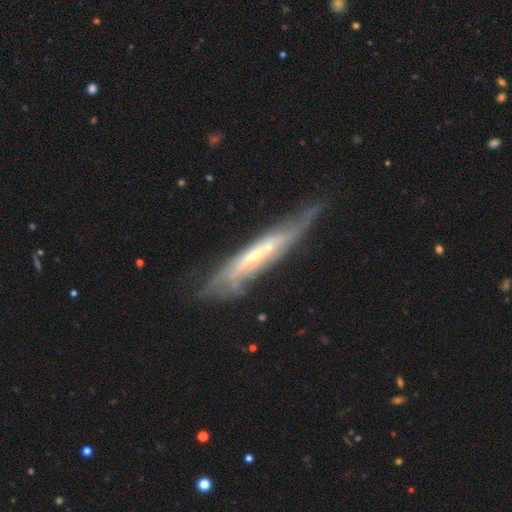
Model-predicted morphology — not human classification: This is likely a featured or disk galaxy (78%). It is likely viewed edge-on (61%). Merging: possibly none (57%).